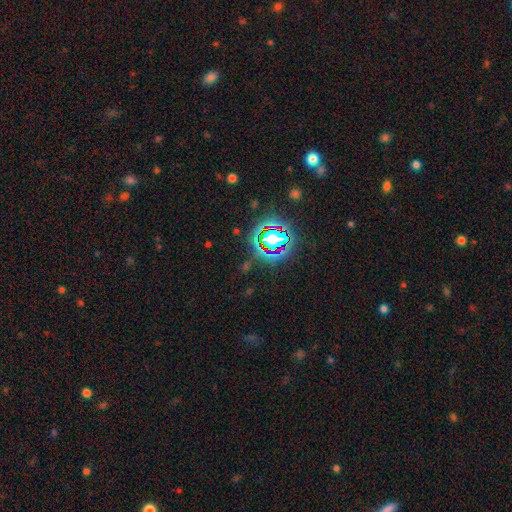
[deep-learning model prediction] Smooth or featured?
  - star or artifact: 80% *
  - smooth: 12%
  - featured or disk: 8%